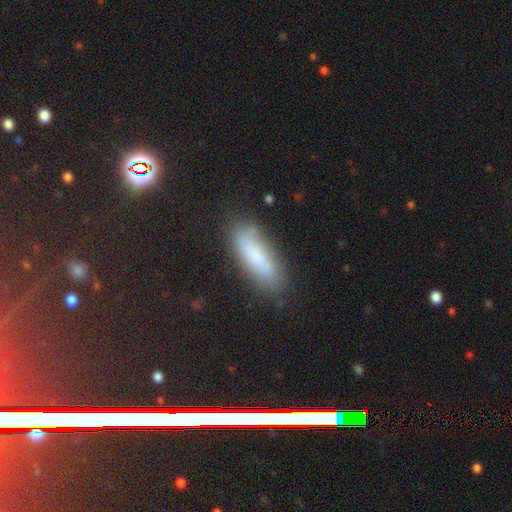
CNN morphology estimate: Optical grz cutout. It shows a smooth galaxy with no disk features (70%) that is cigar-shaped (49%). Merging: none (80%).